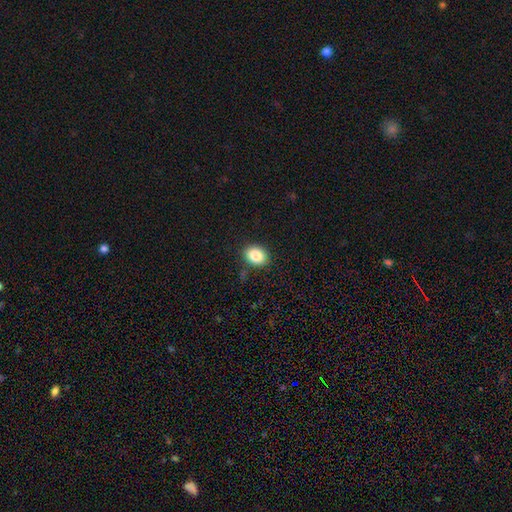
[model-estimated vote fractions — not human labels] A smooth galaxy with no disk features (86%) that is in between round and cigar-shaped (63%).

Vote fractions:
- Smooth or featured? smooth: 86% / star or artifact: 8% / featured or disk: 5%
- How rounded? in between: 63% / round: 36% / cigar-shaped: 1%
- Merging? none: 86% / minor disturbance: 9% / major disturbance: 3% / merger: 2%